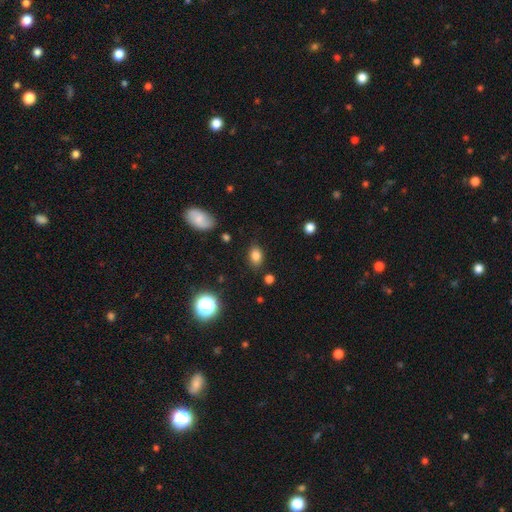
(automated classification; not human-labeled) Morphology: type=smooth (81%); roundness=in between (77%); merging=none (82%).